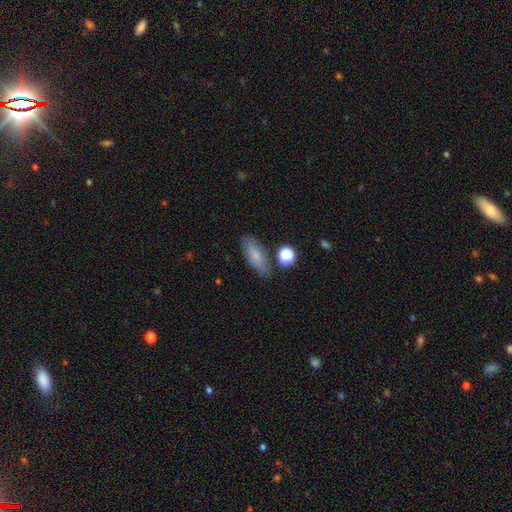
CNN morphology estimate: A smooth galaxy with no disk features (77%) that is in between round and cigar-shaped (69%).

Vote fractions:
- Smooth or featured? smooth: 77% / featured or disk: 14% / star or artifact: 8%
- How rounded? in between: 69% / cigar-shaped: 27% / round: 4%
- Merging? none: 78% / minor disturbance: 14% / merger: 4% / major disturbance: 4%